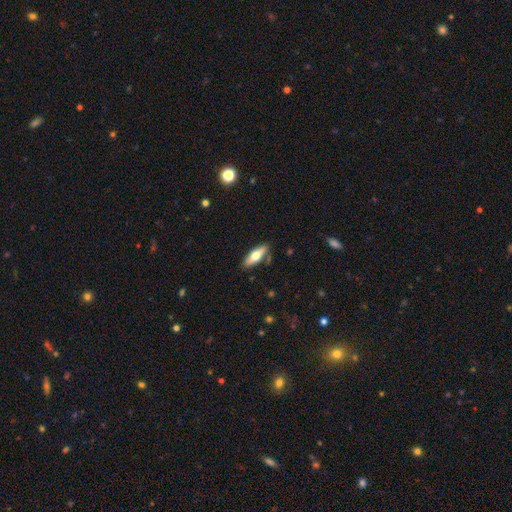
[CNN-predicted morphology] Smooth or featured: smooth — 61% (featured or disk — 33%)
How rounded: in between — 56% (cigar-shaped — 42%)
Merging: none — 83% (minor disturbance — 12%)